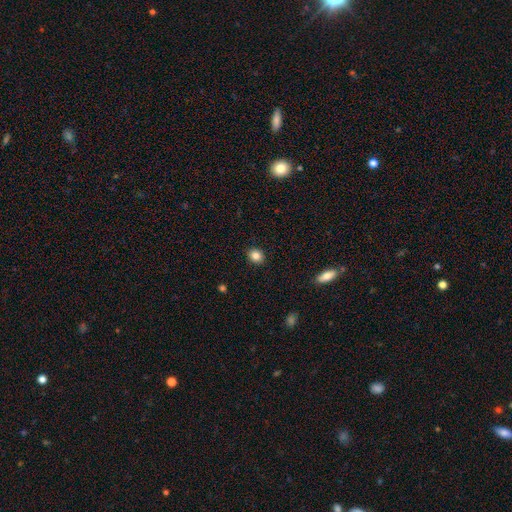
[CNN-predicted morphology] Q: Smooth or featured?
A: smooth (85%); runner-up: star or artifact (10%)
Q: How rounded?
A: round (69%); runner-up: in between (30%)
Q: Merging?
A: none (91%); runner-up: minor disturbance (6%)